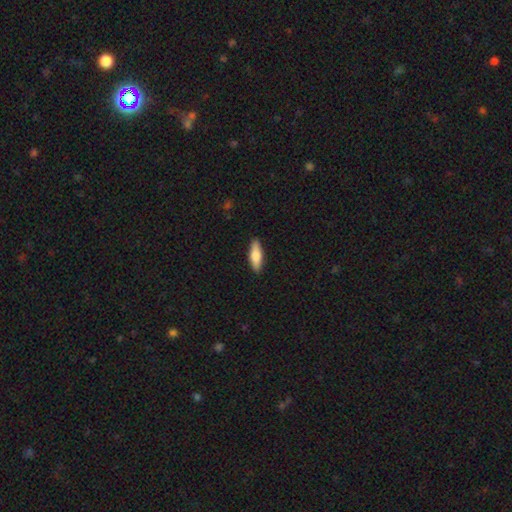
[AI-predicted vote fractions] This is likely a smooth galaxy (75%). How rounded: possibly cigar-shaped (49%, tied with in between). Merging: clearly none (90%).